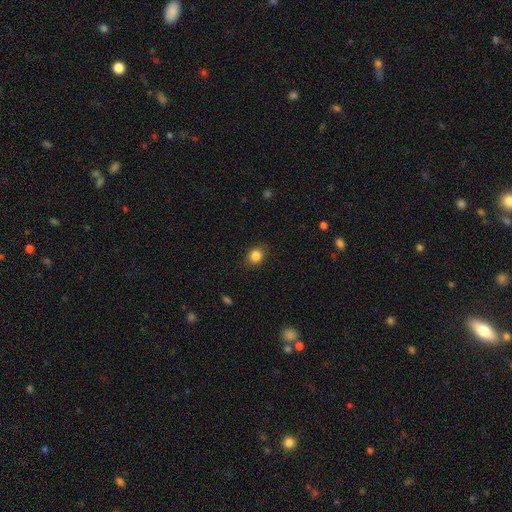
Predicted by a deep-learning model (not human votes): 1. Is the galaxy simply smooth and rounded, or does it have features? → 85% smooth, 10% star or artifact, 5% featured or disk.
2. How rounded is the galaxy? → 64% round, 35% in between, 1% cigar-shaped.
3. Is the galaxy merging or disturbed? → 86% none, 10% minor disturbance, 3% major disturbance, 1% merger.